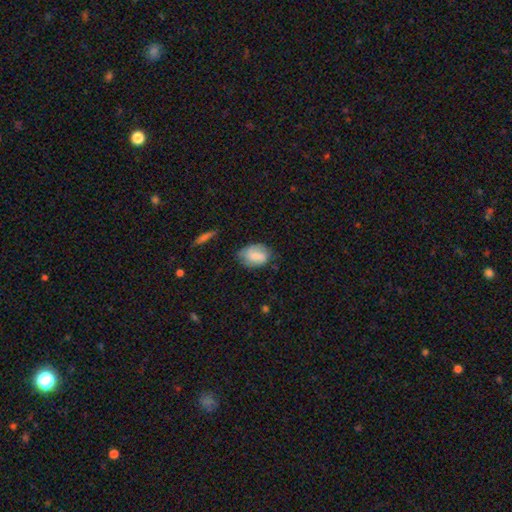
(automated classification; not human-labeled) Overall: smooth (66%). How rounded: in between (72%). Merging: none (61%; minor disturbance 28%).